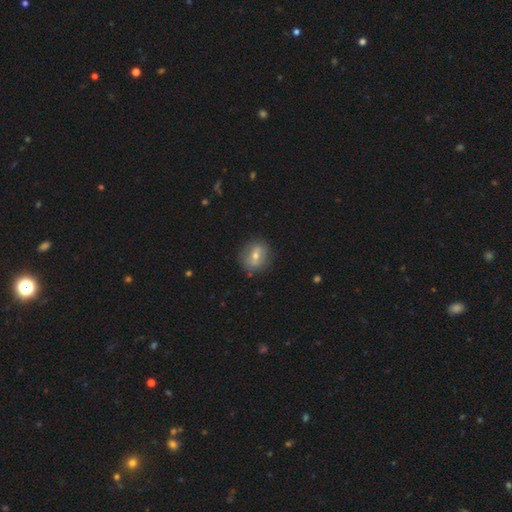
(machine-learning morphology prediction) This is possibly a smooth galaxy (51%). How rounded: likely round (72%). Merging: likely none (80%).